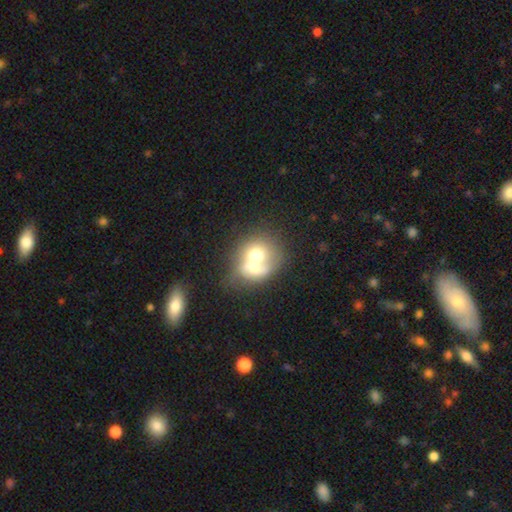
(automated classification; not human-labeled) The model was most divided on "smooth or featured": smooth: 59%, featured or disk: 31%, star or artifact: 9%. More confident: merging — merger (71%); how rounded — round (66%).